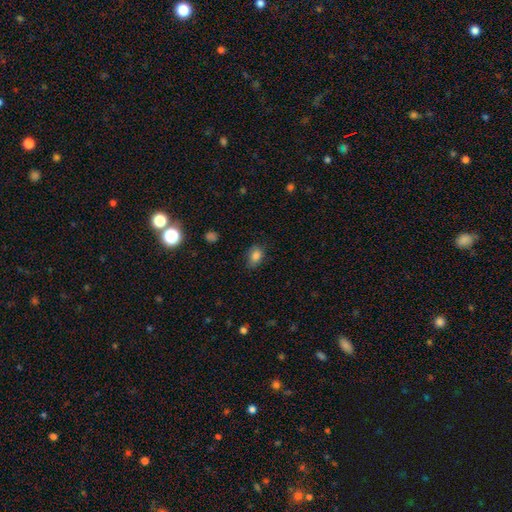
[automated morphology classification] Smooth or featured? smooth (84%)
How rounded? in between (76%)
Merging? none (72%)